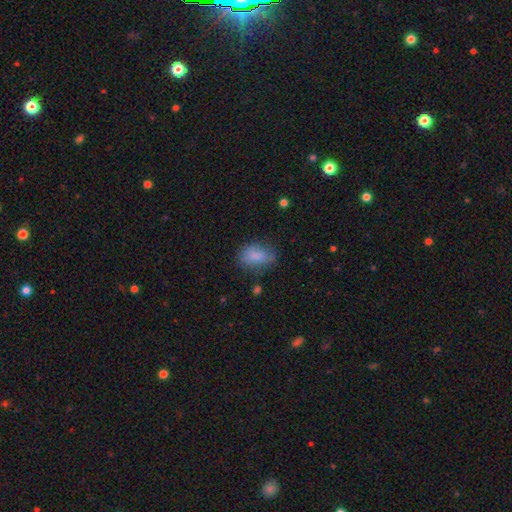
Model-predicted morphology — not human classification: Smooth or featured?
  - smooth: 81% *
  - featured or disk: 10%
  - star or artifact: 9%
How rounded?
  - in between: 83% *
  - round: 15%
  - cigar-shaped: 2%
Merging?
  - none: 67% *
  - minor disturbance: 23%
  - major disturbance: 8%
  - merger: 2%